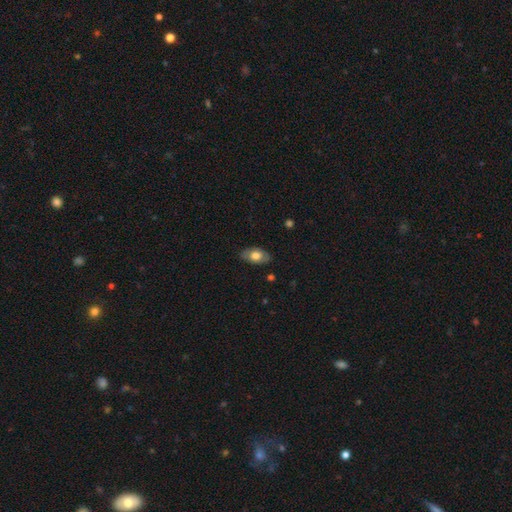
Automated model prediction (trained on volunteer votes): This is likely a smooth galaxy (61%). How rounded: clearly in between (91%). Merging: clearly none (80%).